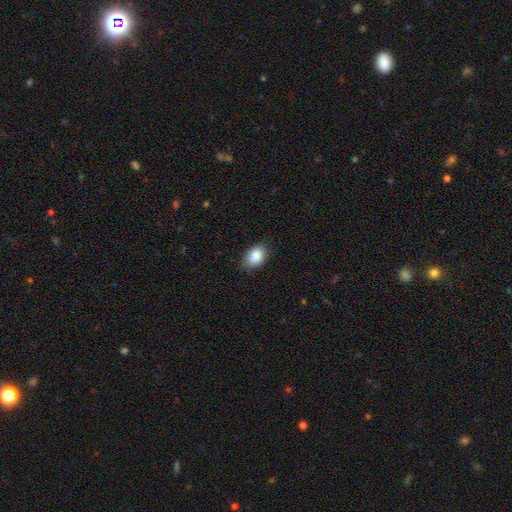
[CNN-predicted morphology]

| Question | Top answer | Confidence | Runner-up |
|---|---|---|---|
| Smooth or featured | smooth | 86% | star or artifact (8%) |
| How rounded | in between | 83% | round (16%) |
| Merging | none | 80% | minor disturbance (16%) |